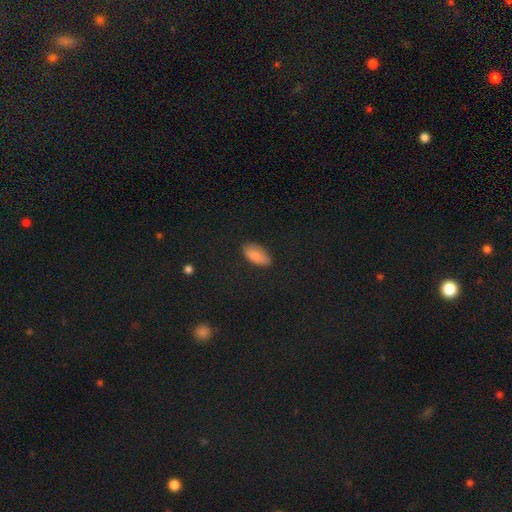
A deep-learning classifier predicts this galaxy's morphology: Smooth or featured?
  - smooth: 86% *
  - star or artifact: 8%
  - featured or disk: 5%
How rounded?
  - in between: 92% *
  - cigar-shaped: 6%
  - round: 3%
Merging?
  - none: 80% *
  - minor disturbance: 15%
  - major disturbance: 4%
  - merger: 1%